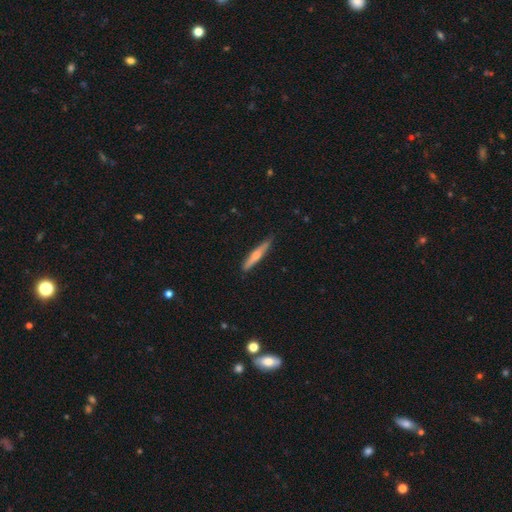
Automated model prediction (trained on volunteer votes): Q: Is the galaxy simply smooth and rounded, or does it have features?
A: smooth — 58%.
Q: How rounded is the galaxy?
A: cigar-shaped — 92%.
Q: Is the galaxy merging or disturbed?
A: none — 84%.